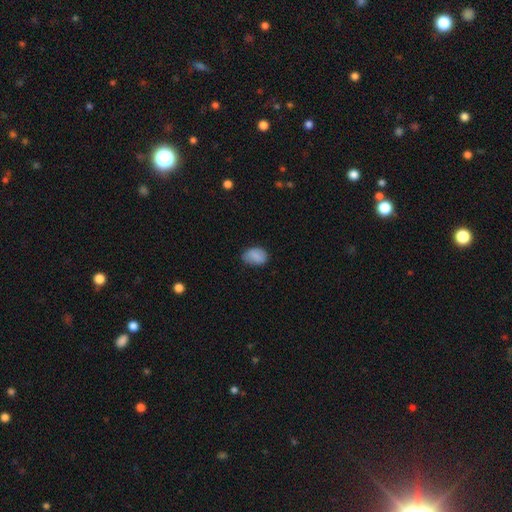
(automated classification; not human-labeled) This is clearly a smooth galaxy (83%). How rounded: likely in between (78%). Merging: likely none (61%).